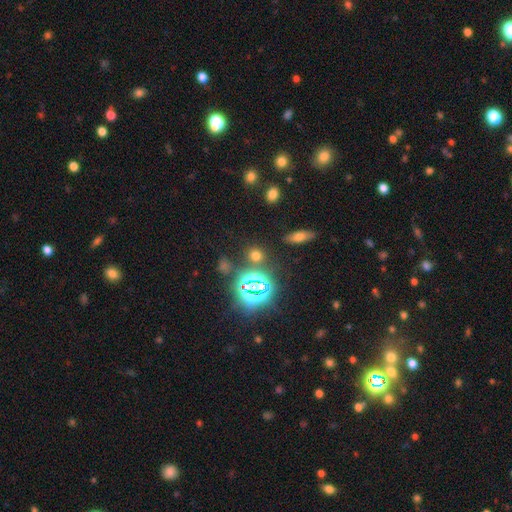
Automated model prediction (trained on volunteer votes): Smooth or featured?
  - smooth: 57% *
  - star or artifact: 36%
  - featured or disk: 7%
How rounded?
  - round: 74% *
  - in between: 23%
  - cigar-shaped: 2%
Merging?
  - none: 81% *
  - minor disturbance: 9%
  - merger: 7%
  - major disturbance: 4%